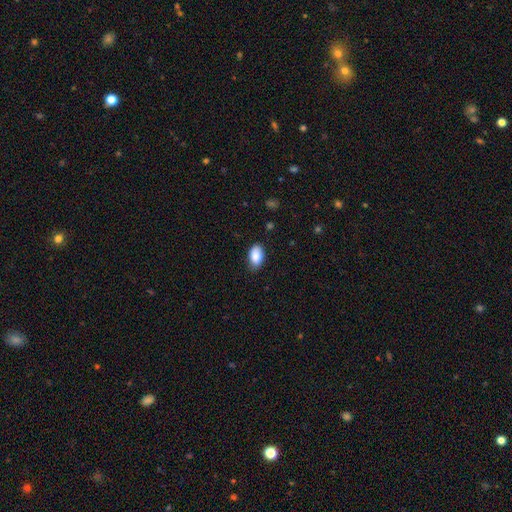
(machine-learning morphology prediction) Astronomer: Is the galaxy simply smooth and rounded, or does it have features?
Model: smooth — 88%.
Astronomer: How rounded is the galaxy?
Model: in between — 93%.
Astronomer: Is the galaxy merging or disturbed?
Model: none — 81%.